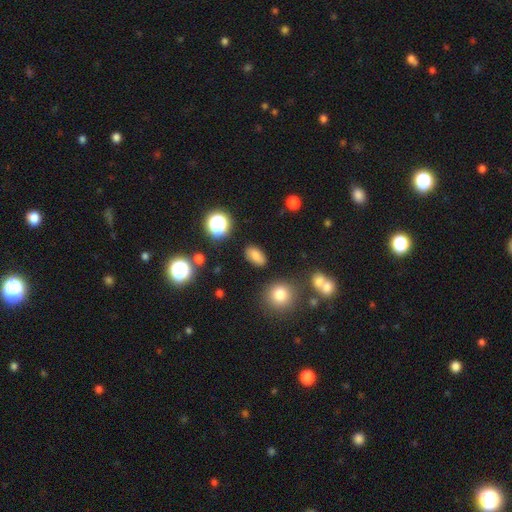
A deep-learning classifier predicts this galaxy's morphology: smooth 77%, star or artifact 15%, featured or disk 8%. Down the decision tree: how rounded — in between (87%); merging — none (85%).